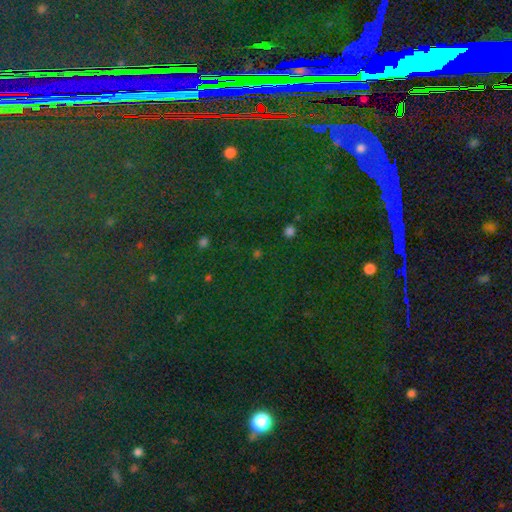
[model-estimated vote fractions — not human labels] A star or artifact, not a galaxy (83%).